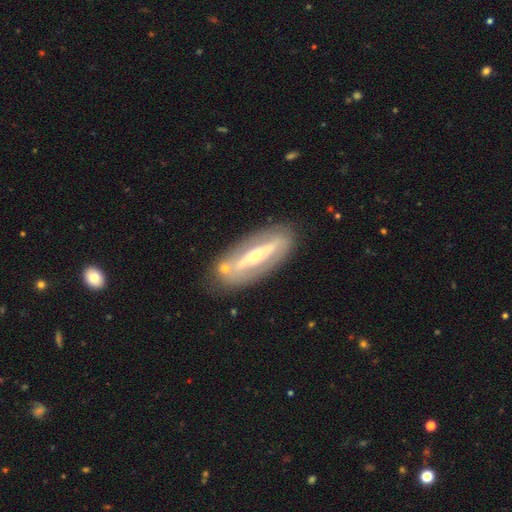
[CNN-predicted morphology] featured or disk 75%, smooth 19%, star or artifact 6%. Down the decision tree: edge-on disk — no (65%); merging — none (79%).